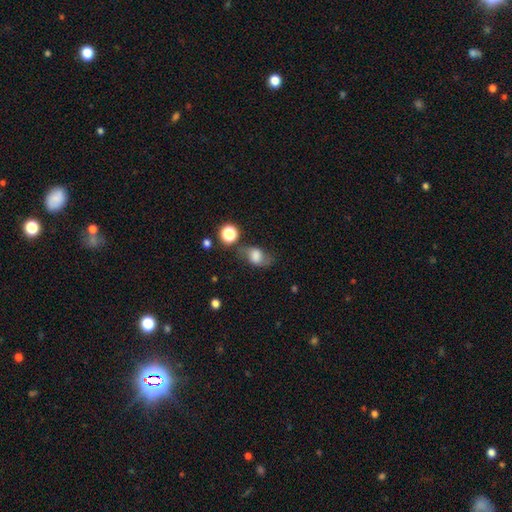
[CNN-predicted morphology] A smooth galaxy with no disk features (64%) that is in between round and cigar-shaped (71%).

Vote fractions:
- Smooth or featured? smooth: 64% / featured or disk: 25% / star or artifact: 12%
- How rounded? in between: 71% / round: 26% / cigar-shaped: 2%
- Merging? none: 57% / minor disturbance: 24% / major disturbance: 12% / merger: 7%